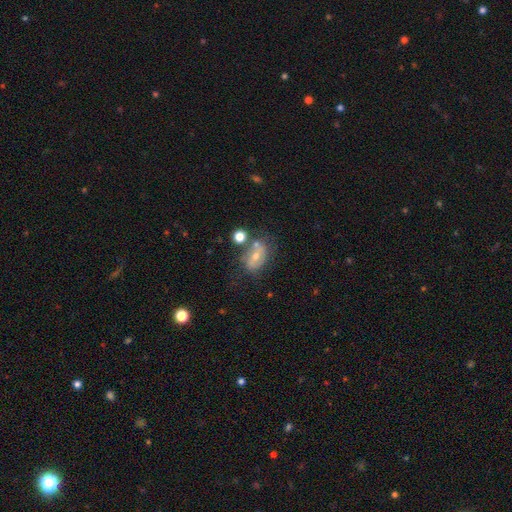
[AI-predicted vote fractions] A featured or disk galaxy (52%).

Vote fractions:
- Smooth or featured? featured or disk: 52% / smooth: 34% / star or artifact: 14%
- Edge-on disk? no: 95% / yes: 5%
- Merging? none: 50% / minor disturbance: 21% / merger: 17% / major disturbance: 11%